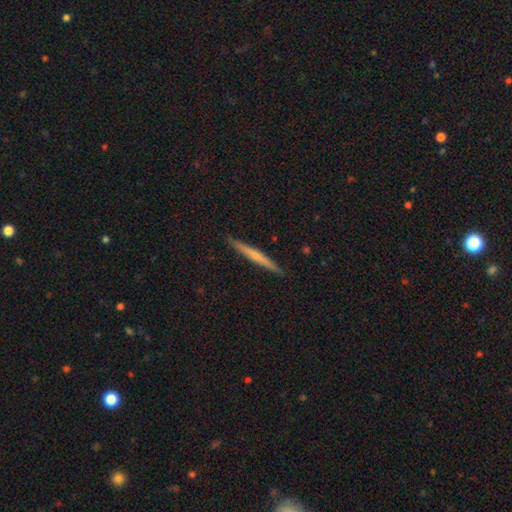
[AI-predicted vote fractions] Smooth or featured? smooth (48%)
Merging? none (92%)